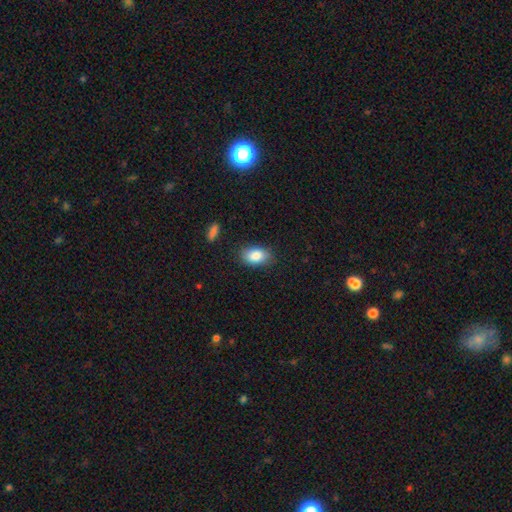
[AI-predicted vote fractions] This appears to be a smooth galaxy with no disk features (86%) that is in between round and cigar-shaped (89%). Merging: none (84%).